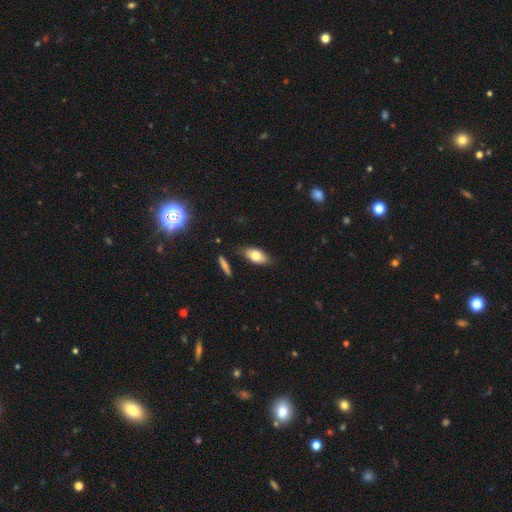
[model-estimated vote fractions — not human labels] Morphology: type=smooth (76%); roundness=in between (86%); merging=none (77%).